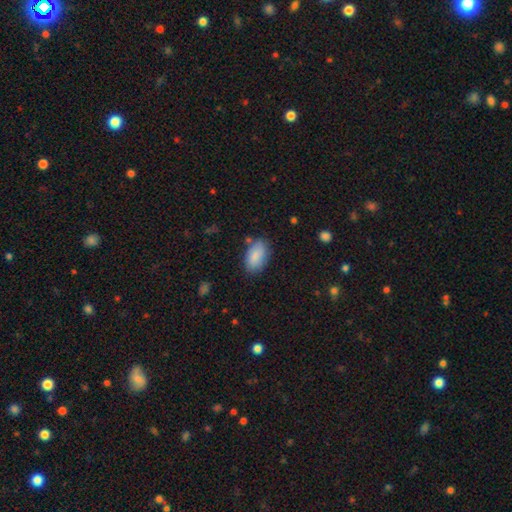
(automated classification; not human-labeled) The model was most divided on "merging": none: 78%, minor disturbance: 15%, major disturbance: 4%, merger: 3%. More confident: how rounded — in between (93%); smooth or featured — smooth (86%).